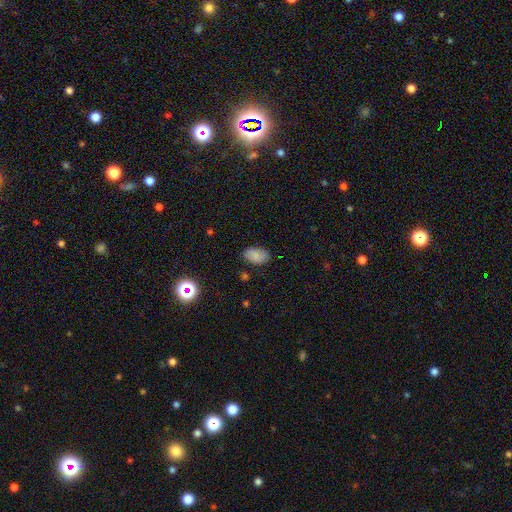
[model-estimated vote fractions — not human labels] Overall: smooth (83%). How rounded: in between (91%). Merging: none (82%).